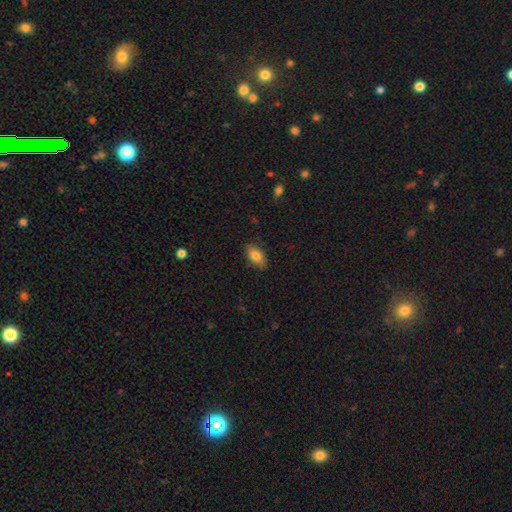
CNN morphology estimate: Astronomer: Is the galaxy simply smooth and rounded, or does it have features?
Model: smooth — 83%.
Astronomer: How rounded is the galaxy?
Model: in between — 92%.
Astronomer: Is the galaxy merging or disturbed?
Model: none — 85%.